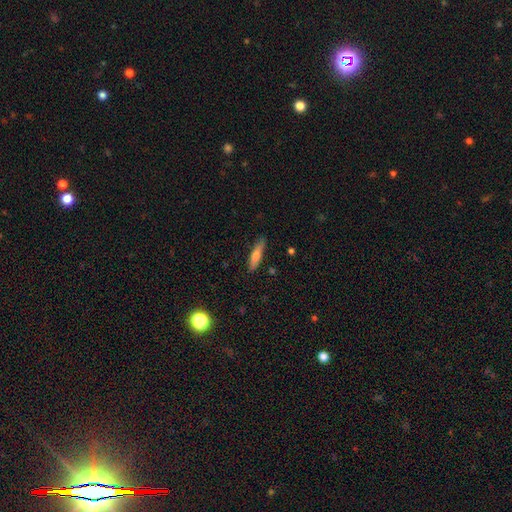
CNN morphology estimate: smooth_or_featured: smooth (p=0.67) [alt: featured or disk p=0.26]
how_rounded: cigar-shaped (p=0.79) [alt: in between p=0.19]
merging: none (p=0.83) [alt: minor disturbance p=0.13]